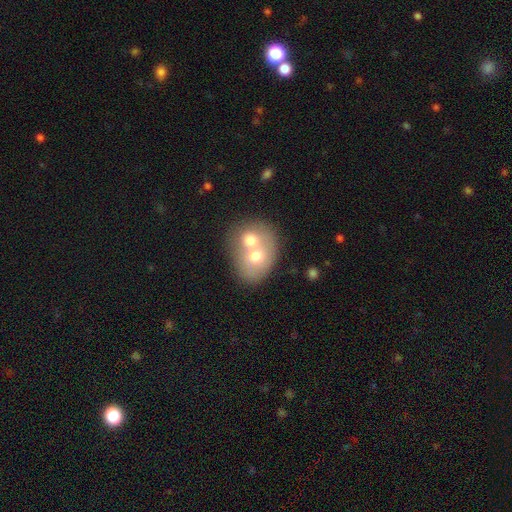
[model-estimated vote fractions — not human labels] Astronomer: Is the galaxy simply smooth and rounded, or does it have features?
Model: smooth — 60%.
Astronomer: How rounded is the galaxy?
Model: round — 52% (runner-up: in between, 47%).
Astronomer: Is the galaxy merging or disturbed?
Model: merger — 71%.